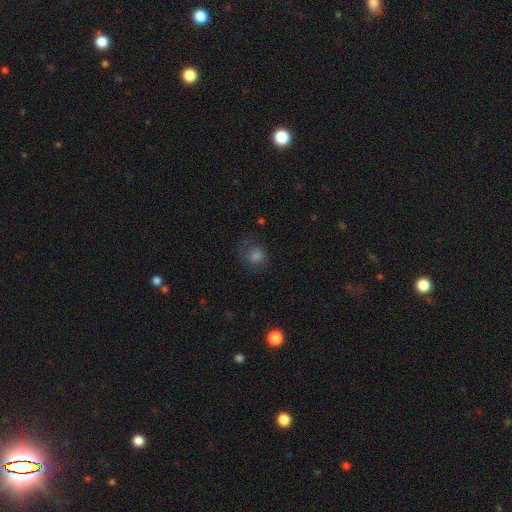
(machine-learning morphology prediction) type=smooth (65%); roundness=round (67%); merging=none (56%).